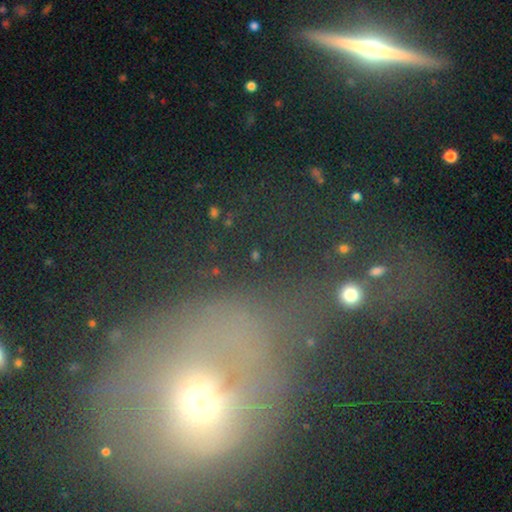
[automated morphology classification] Smooth or featured: smooth — 37% (tied with star or artifact — 37%)
Merging: none — 46% (major disturbance — 26%)